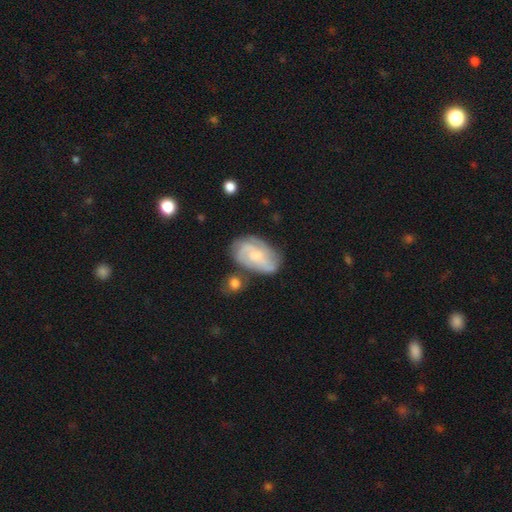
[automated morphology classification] This is likely a featured or disk galaxy (67%). It is clearly not viewed edge-on (96%). Bar: likely no (64%). Spiral arm pattern: clearly yes (87%). Spiral arm count: marginally can't tell (33%). Spiral winding: marginally tight (44%). Central bulge: possibly small (46%). Merging: likely none (61%).